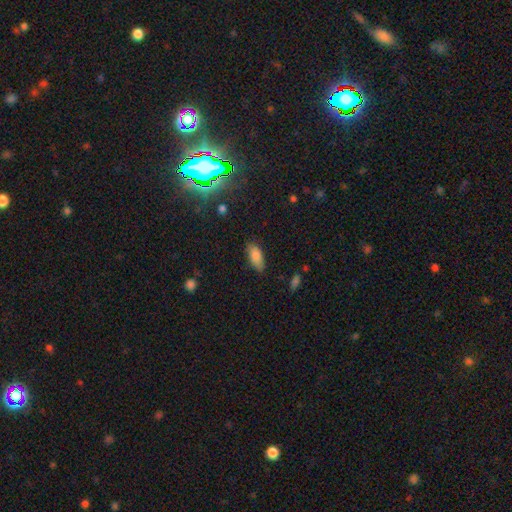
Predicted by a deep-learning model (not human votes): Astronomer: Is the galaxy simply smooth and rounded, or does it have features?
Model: smooth — 84%.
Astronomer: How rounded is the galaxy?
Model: in between — 86%.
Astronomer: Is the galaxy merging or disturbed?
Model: none — 74%.